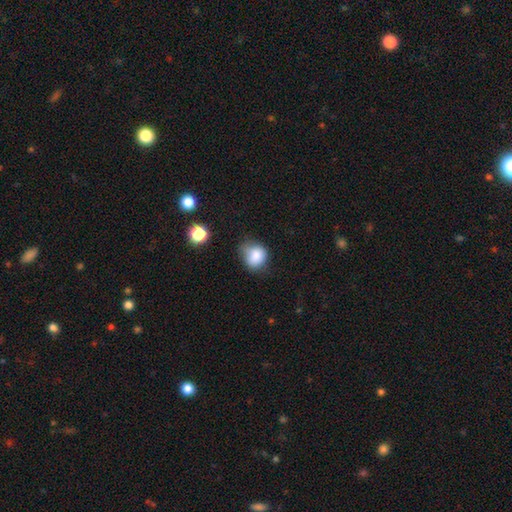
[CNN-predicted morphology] The model was most divided on "merging": none: 46%, minor disturbance: 39%, major disturbance: 11%, merger: 5%. More confident: smooth or featured — smooth (83%); how rounded — round (68%).